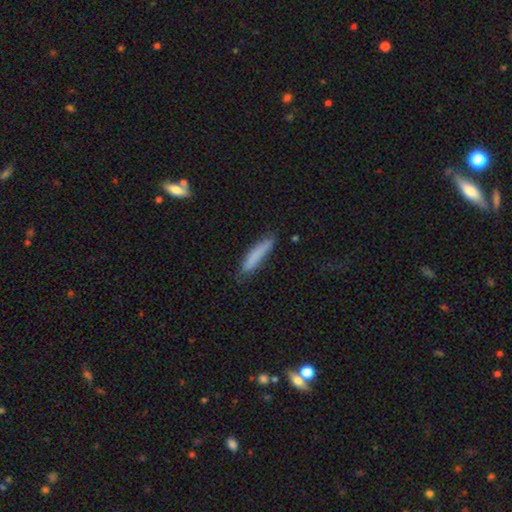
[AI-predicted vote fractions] smooth_or_featured: smooth (p=0.81) [alt: featured or disk p=0.13]
how_rounded: cigar-shaped (p=0.89) [alt: in between p=0.09]
merging: none (p=0.73) [alt: minor disturbance p=0.20]